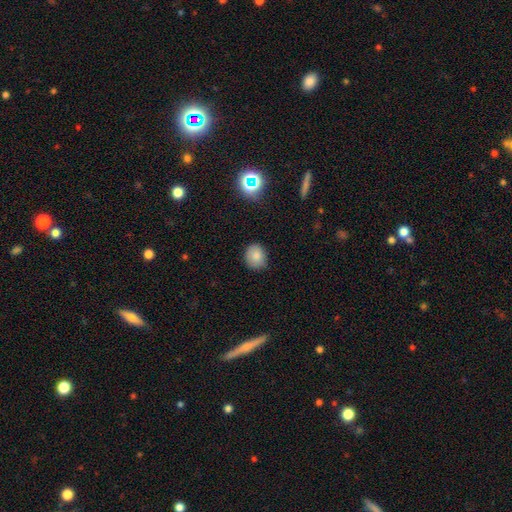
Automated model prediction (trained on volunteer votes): Q: Smooth or featured?
A: smooth (82%); runner-up: star or artifact (11%)
Q: How rounded?
A: round (66%); runner-up: in between (33%)
Q: Merging?
A: none (81%); runner-up: minor disturbance (14%)